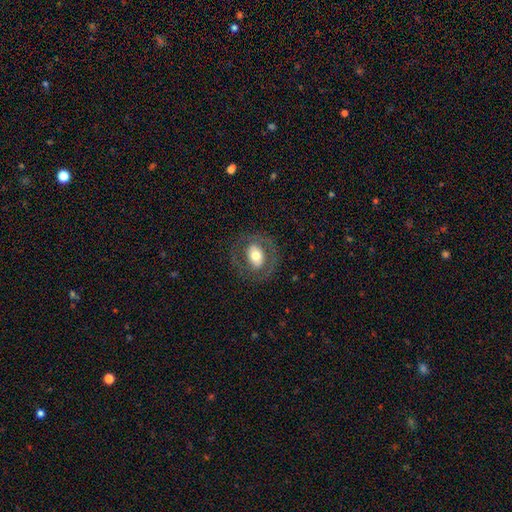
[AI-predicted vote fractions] The model was most divided on "smooth or featured": smooth: 50%, featured or disk: 43%, star or artifact: 7%. More confident: merging — none (78%).